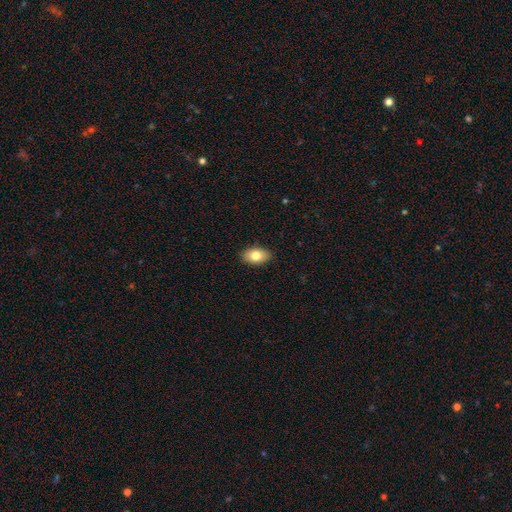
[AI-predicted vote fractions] Q: Smooth or featured?
A: smooth (81%); runner-up: featured or disk (12%)
Q: How rounded?
A: in between (91%); runner-up: round (8%)
Q: Merging?
A: none (89%); runner-up: minor disturbance (8%)